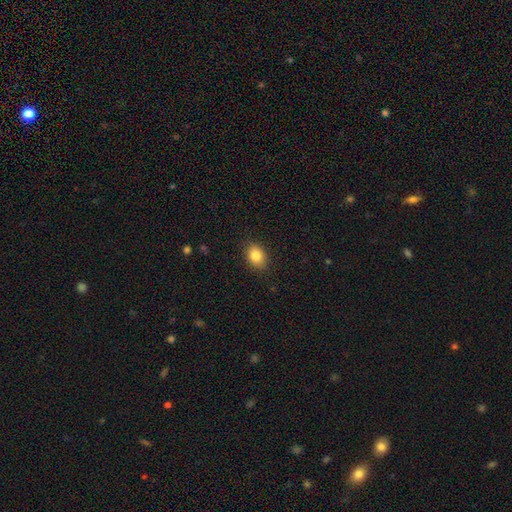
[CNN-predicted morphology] Overall: smooth (83%). How rounded: in between (67%; round 32%). Merging: none (88%).